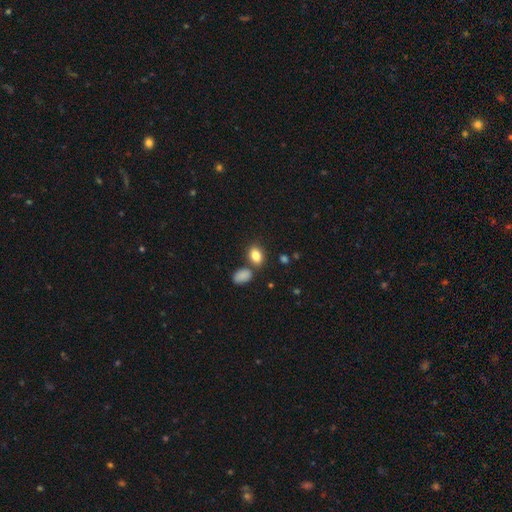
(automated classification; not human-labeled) smooth-or-featured: smooth: 84% | star or artifact: 9% | featured or disk: 7%
  how-rounded: in between: 78% | round: 21% | cigar-shaped: 2%
  merging: none: 67% | merger: 17% | minor disturbance: 12% | major disturbance: 4%